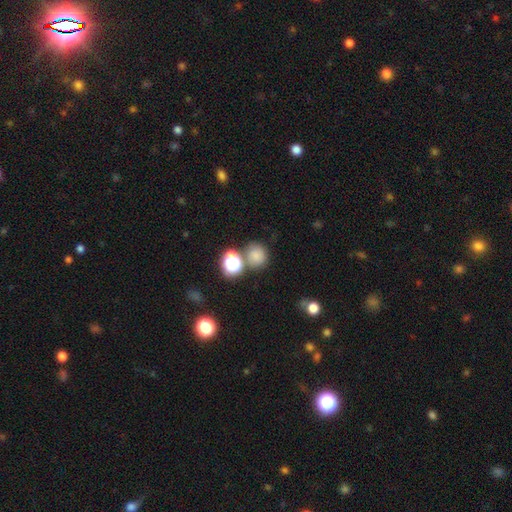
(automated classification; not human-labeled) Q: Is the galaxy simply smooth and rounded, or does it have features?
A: smooth — 74%.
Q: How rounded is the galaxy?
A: round — 80%.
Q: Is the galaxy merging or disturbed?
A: none — 63%.